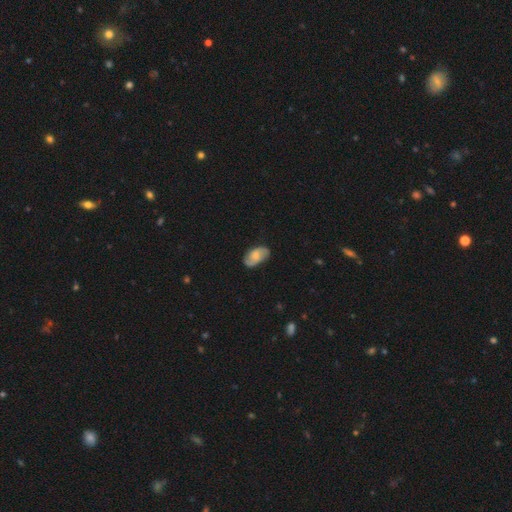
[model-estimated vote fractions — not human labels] Q: Smooth or featured?
A: featured or disk (55%); runner-up: smooth (38%)
Q: Edge-on disk?
A: no (95%); runner-up: yes (5%)
Q: Bar?
A: no (60%); runner-up: weak (34%)
Q: Spiral arms?
A: yes (88%); runner-up: no (12%)
Q: Bulge size?
A: moderate (48%); runner-up: small (37%)
Q: Merging?
A: none (79%); runner-up: minor disturbance (16%)